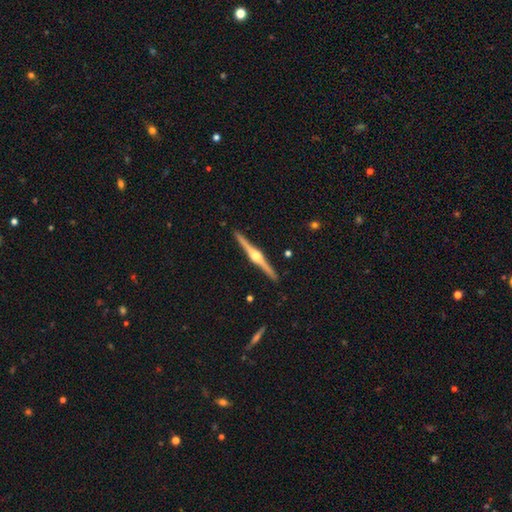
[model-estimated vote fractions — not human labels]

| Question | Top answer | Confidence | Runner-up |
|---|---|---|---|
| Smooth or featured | featured or disk | 87% | smooth (9%) |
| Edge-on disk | yes | 99% | no (1%) |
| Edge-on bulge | rounded | 95% | boxy (3%) |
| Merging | none | 93% | minor disturbance (5%) |